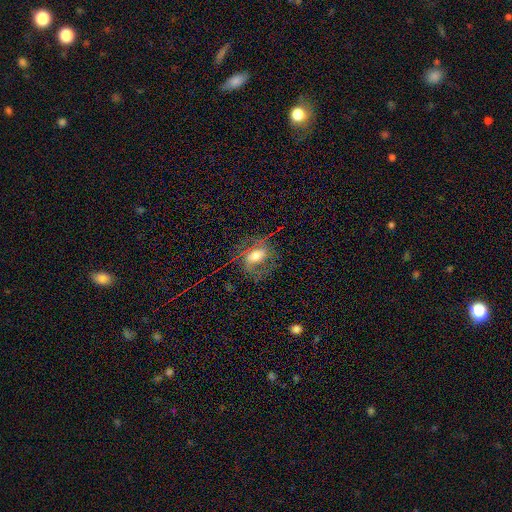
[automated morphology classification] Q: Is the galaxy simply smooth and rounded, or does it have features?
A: featured or disk — 59%.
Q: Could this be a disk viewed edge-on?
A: no — 94%.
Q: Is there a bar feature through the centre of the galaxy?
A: weak — 40%.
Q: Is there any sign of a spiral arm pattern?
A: yes — 75%.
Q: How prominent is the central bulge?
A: moderate — 53%.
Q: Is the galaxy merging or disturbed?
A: none — 64%.